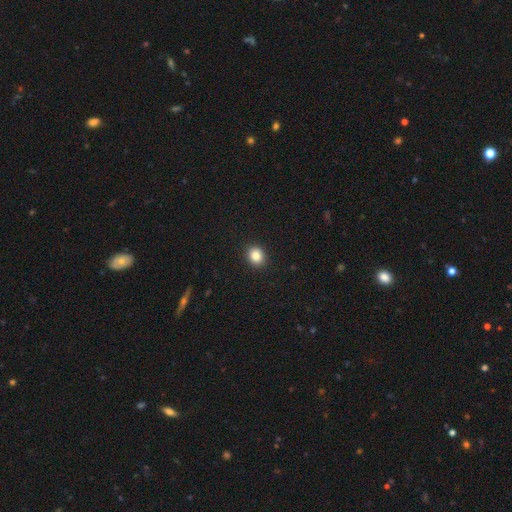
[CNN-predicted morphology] The model was most divided on "how rounded": round: 70%, in between: 29%, cigar-shaped: 1%. More confident: merging — none (92%); smooth or featured — smooth (84%).